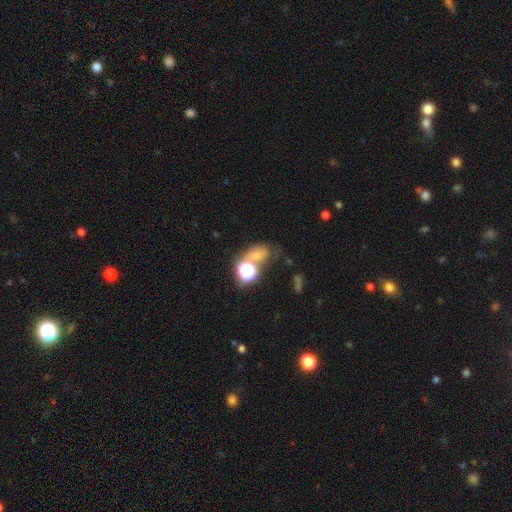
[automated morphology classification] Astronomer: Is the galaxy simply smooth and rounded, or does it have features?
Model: smooth — 56%.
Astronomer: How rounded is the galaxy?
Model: in between — 56% (runner-up: round, 42%).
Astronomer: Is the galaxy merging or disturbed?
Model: none — 43% (runner-up: merger, 28%).